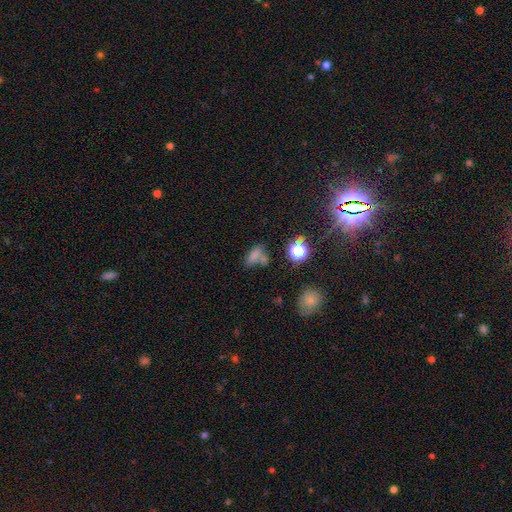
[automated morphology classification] smooth 66%, star or artifact 21%, featured or disk 12%. Down the decision tree: how rounded — in between (75%); merging — none (39%).